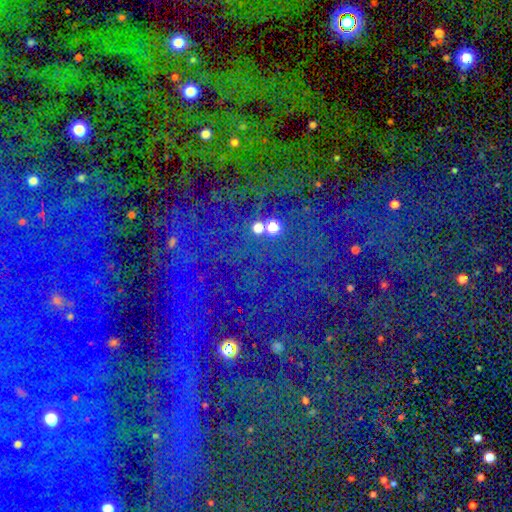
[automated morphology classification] star or artifact 85%, smooth 8%, featured or disk 7%.